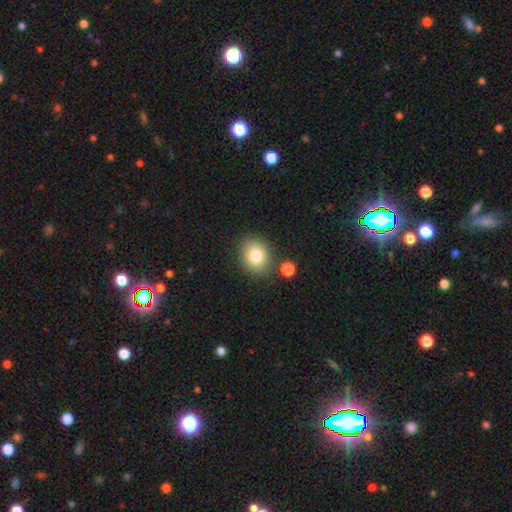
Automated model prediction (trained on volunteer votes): Smooth or featured? smooth (81%)
How rounded? round (56%)
Merging? none (80%)